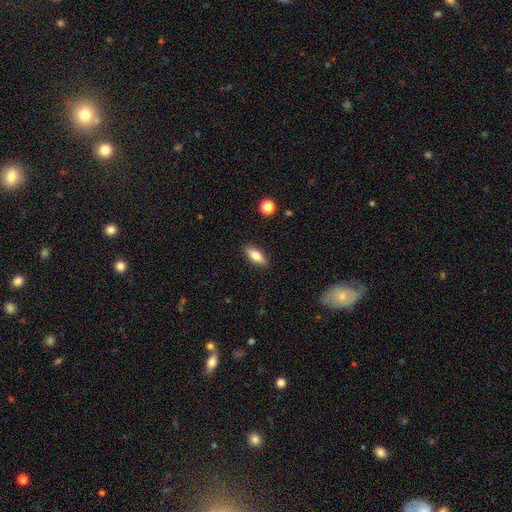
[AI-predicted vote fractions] Smooth or featured: smooth — 76% (featured or disk — 17%)
How rounded: in between — 75% (cigar-shaped — 22%)
Merging: none — 88% (minor disturbance — 9%)